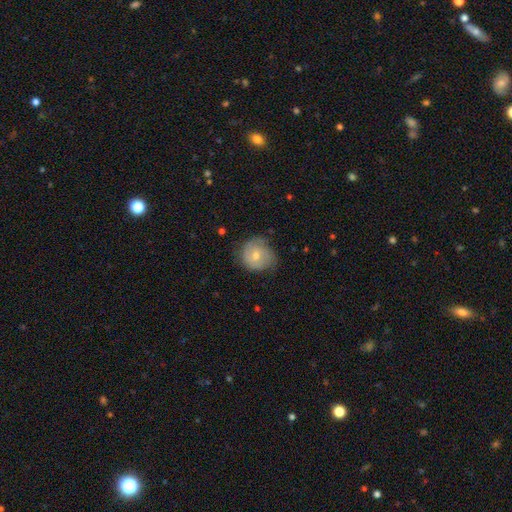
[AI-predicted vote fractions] Smooth or featured?
  - smooth: 52% *
  - featured or disk: 41%
  - star or artifact: 7%
How rounded?
  - round: 81% *
  - in between: 18%
  - cigar-shaped: 1%
Merging?
  - none: 62% *
  - minor disturbance: 28%
  - major disturbance: 8%
  - merger: 1%